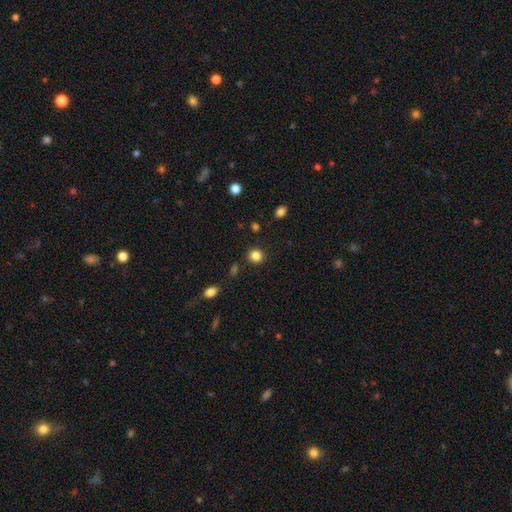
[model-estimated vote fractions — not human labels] The model was most divided on "smooth or featured": smooth: 84%, star or artifact: 12%, featured or disk: 4%. More confident: merging — none (89%); how rounded — round (88%).